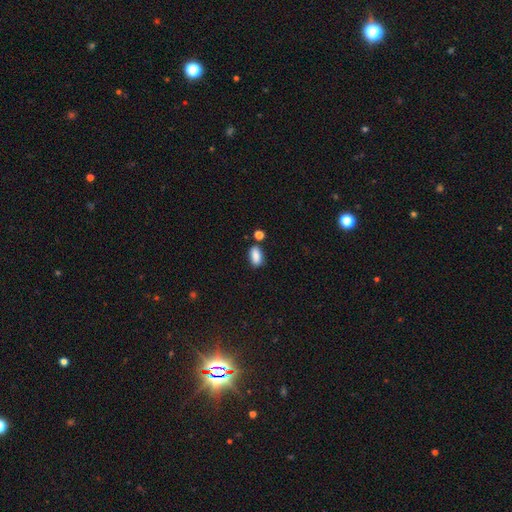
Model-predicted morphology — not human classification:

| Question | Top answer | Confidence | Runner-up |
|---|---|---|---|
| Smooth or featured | smooth | 87% | star or artifact (8%) |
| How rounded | in between | 88% | round (6%) |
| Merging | none | 73% | minor disturbance (14%) |